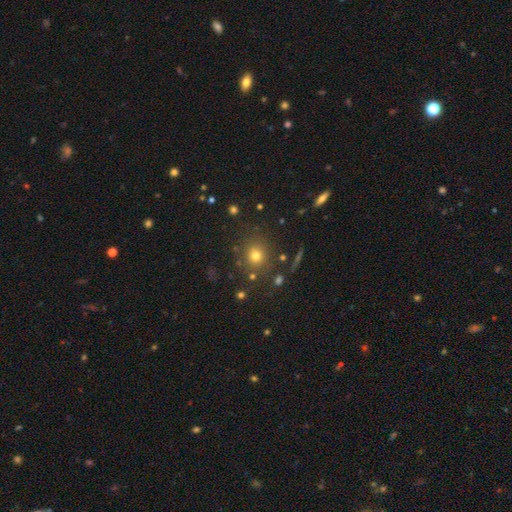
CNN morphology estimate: Smooth or featured? Predicted: smooth (p=0.72). How rounded? Predicted: round (p=0.85). Merging? Predicted: none (p=0.81).